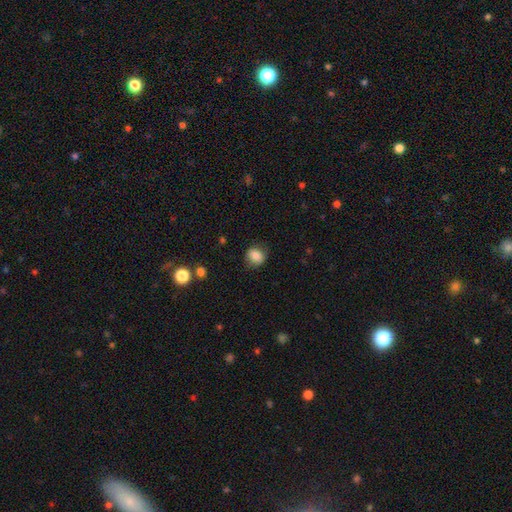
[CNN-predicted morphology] Smooth or featured? smooth (83%)
How rounded? round (65%)
Merging? none (78%)